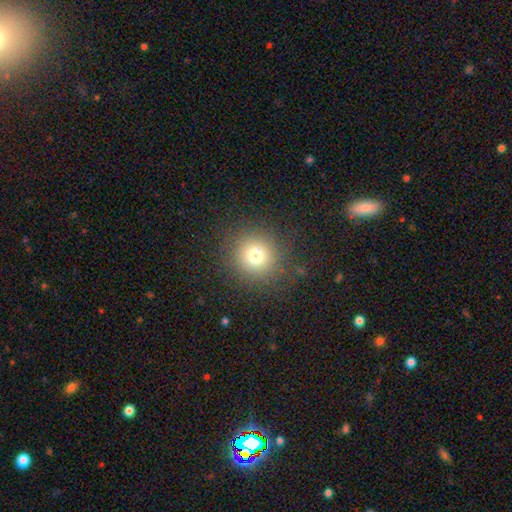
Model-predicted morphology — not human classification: Smooth or featured? Predicted: smooth (p=0.75). How rounded? Predicted: round (p=0.93). Merging? Predicted: none (p=0.89).